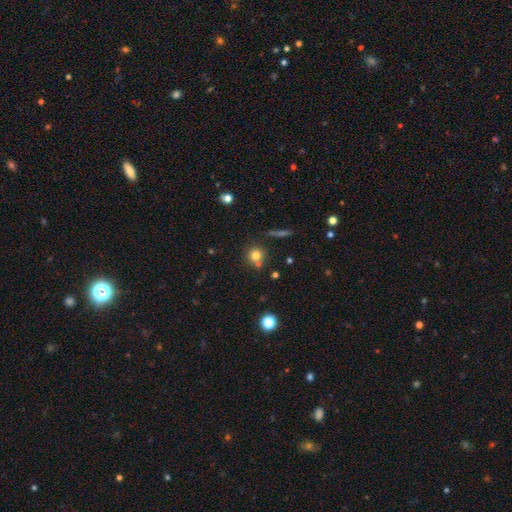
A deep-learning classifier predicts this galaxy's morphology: Smooth or featured?
  - smooth: 76% *
  - star or artifact: 14%
  - featured or disk: 10%
How rounded?
  - round: 91% *
  - in between: 8%
  - cigar-shaped: 1%
Merging?
  - none: 68% *
  - merger: 19%
  - minor disturbance: 10%
  - major disturbance: 4%